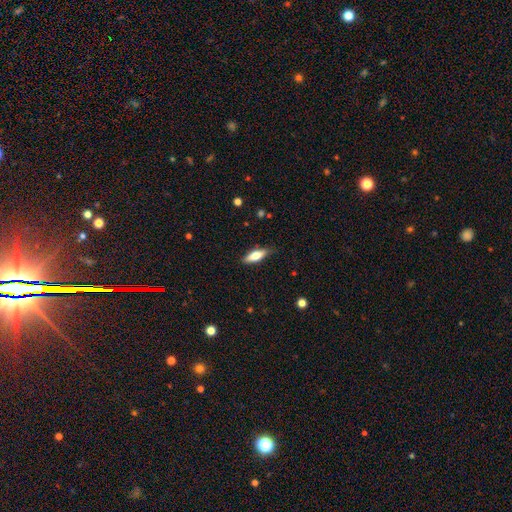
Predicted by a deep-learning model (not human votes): Smooth or featured?
  - smooth: 61% *
  - featured or disk: 33%
  - star or artifact: 6%
How rounded?
  - in between: 51% *
  - cigar-shaped: 46%
  - round: 2%
Merging?
  - none: 85% *
  - minor disturbance: 12%
  - major disturbance: 2%
  - merger: 1%